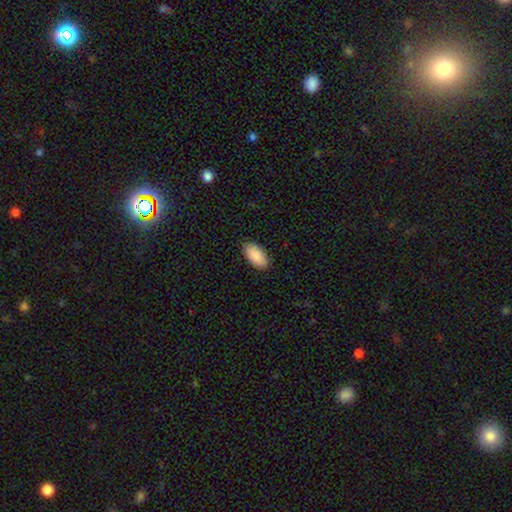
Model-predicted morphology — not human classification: A smooth galaxy with no disk features (91%) that is in between round and cigar-shaped (96%).

Vote fractions:
- Smooth or featured? smooth: 91% / star or artifact: 6% / featured or disk: 4%
- How rounded? in between: 96% / cigar-shaped: 2% / round: 2%
- Merging? none: 89% / minor disturbance: 9% / major disturbance: 2% / merger: 1%